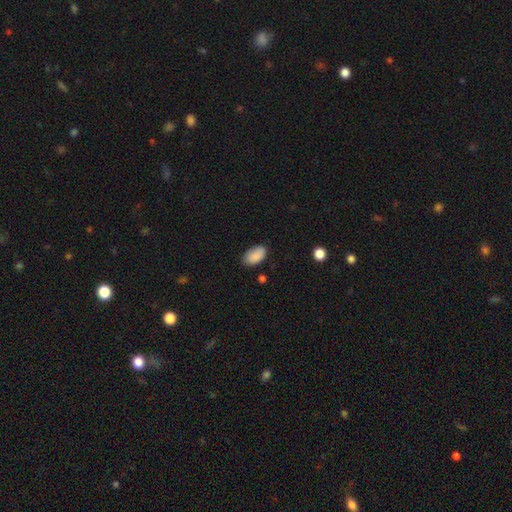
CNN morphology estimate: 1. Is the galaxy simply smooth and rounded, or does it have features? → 89% smooth, 7% star or artifact, 4% featured or disk.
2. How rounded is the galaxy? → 94% in between, 4% round, 2% cigar-shaped.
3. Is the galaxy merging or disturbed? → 78% none, 18% minor disturbance, 3% major disturbance, 2% merger.